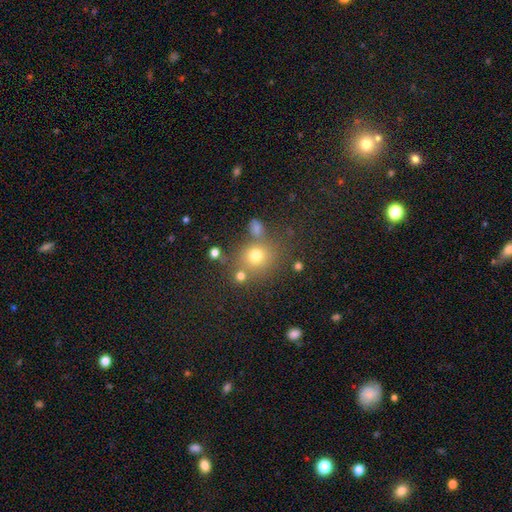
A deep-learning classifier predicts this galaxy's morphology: Q: Smooth or featured?
A: smooth (72%); runner-up: star or artifact (17%)
Q: How rounded?
A: round (81%); runner-up: in between (18%)
Q: Merging?
A: none (67%); runner-up: merger (15%)